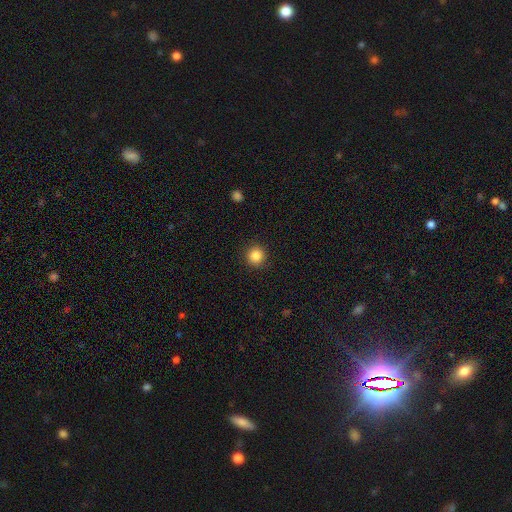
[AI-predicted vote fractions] smooth 85%, star or artifact 11%, featured or disk 4%. Down the decision tree: how rounded — round (95%); merging — none (92%).